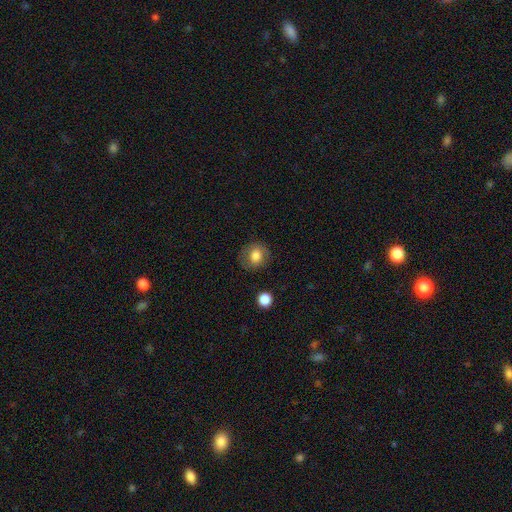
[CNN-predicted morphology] This appears to be a smooth galaxy with no disk features (79%) that is round (79%). Merging: none (82%).